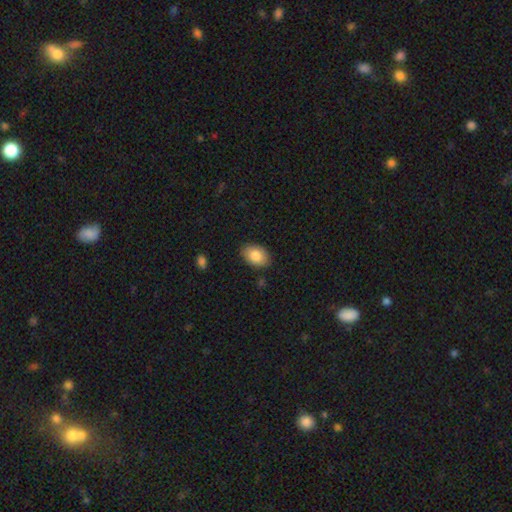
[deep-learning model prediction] smooth 84%, featured or disk 9%, star or artifact 7%. Down the decision tree: how rounded — in between (86%); merging — none (85%).